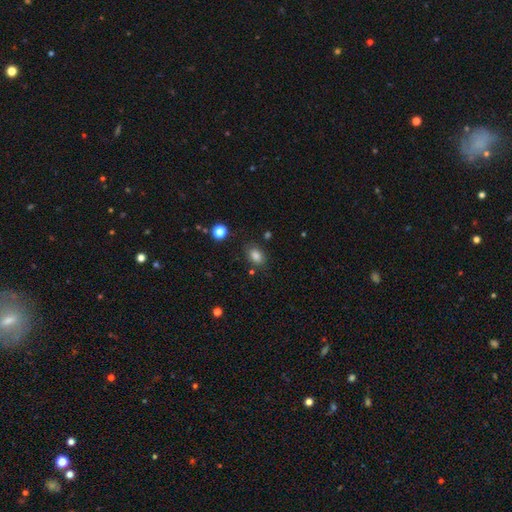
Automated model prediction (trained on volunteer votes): Smooth or featured: smooth — 83% (star or artifact — 11%)
How rounded: in between — 78% (round — 21%)
Merging: none — 80% (minor disturbance — 13%)